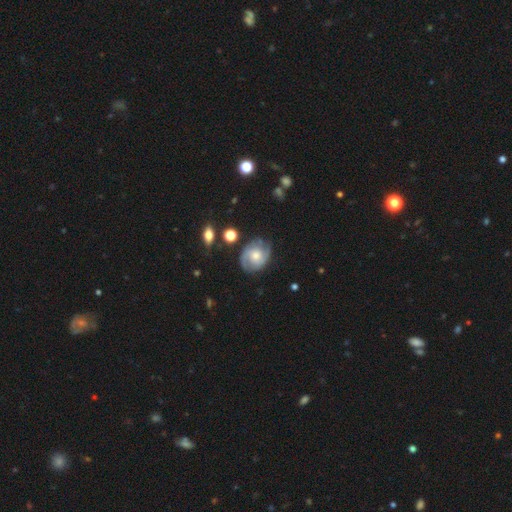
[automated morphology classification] Smooth or featured? Predicted: featured or disk (p=0.69). Edge-on disk? Predicted: no (p=0.97). Bar? Predicted: no (p=0.70). Spiral arms? Predicted: yes (p=0.90). Spiral winding? Predicted: tight (p=0.45). Spiral arm count? Predicted: 2 (p=0.64). Bulge size? Predicted: moderate (p=0.56). Merging? Predicted: none (p=0.71).